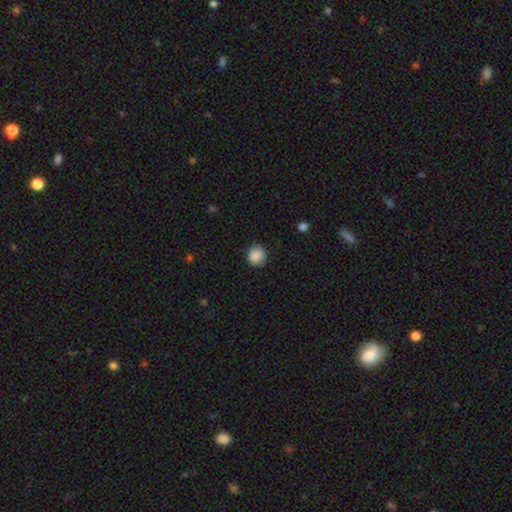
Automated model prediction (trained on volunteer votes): This appears to be a smooth galaxy with no disk features (88%) that is round (85%). Merging: none (86%).